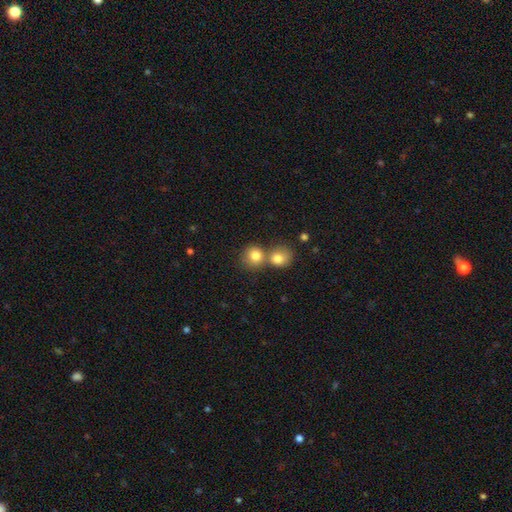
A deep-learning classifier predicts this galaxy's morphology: Smooth or featured: smooth — 80% (star or artifact — 11%)
How rounded: round — 85% (in between — 14%)
Merging: none — 46% (merger — 45%)